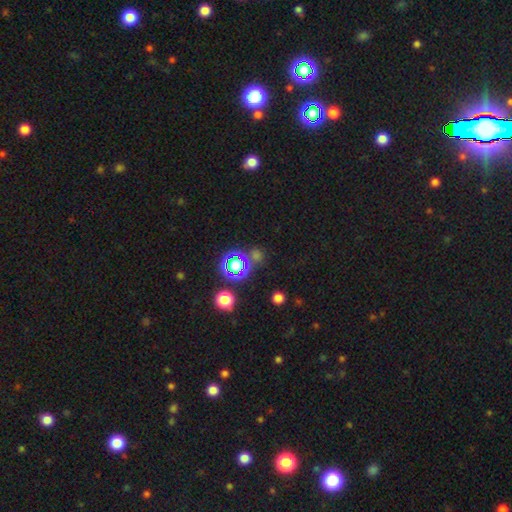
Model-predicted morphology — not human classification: A star or artifact, not a galaxy (60%).

Vote fractions:
- Smooth or featured? star or artifact: 60% / smooth: 32% / featured or disk: 8%